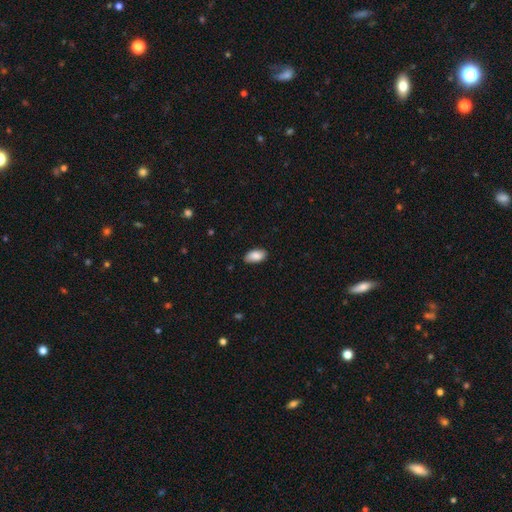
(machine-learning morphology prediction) Smooth or featured: smooth — 87% (star or artifact — 7%)
How rounded: in between — 95% (round — 3%)
Merging: none — 83% (minor disturbance — 13%)